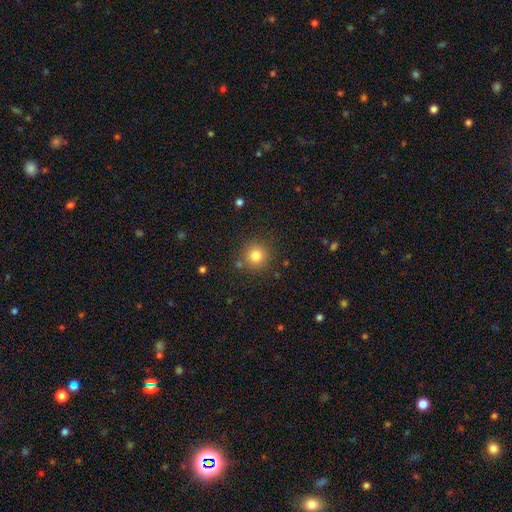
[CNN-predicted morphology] type=smooth (80%); roundness=round (94%); merging=none (85%).